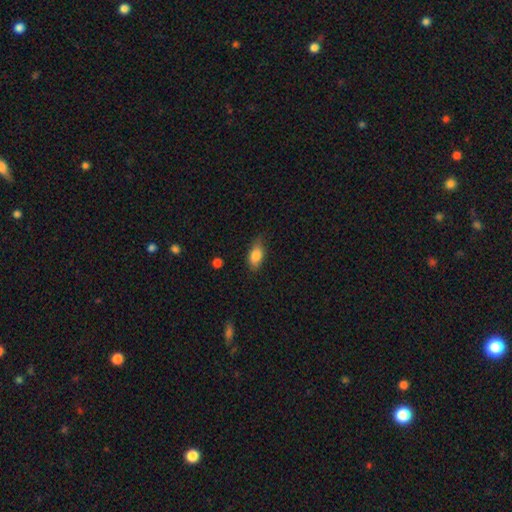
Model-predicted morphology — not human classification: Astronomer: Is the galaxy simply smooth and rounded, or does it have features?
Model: smooth — 84%.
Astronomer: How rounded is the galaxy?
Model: in between — 87%.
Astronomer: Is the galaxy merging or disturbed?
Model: none — 75%.